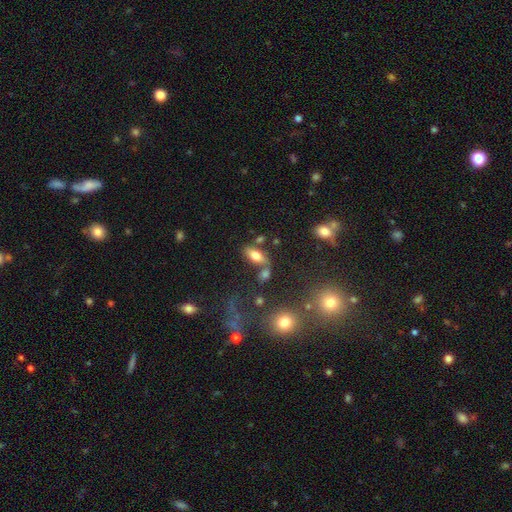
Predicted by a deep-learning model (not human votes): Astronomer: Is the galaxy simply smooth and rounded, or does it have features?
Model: smooth — 73%.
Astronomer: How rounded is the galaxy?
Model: in between — 86%.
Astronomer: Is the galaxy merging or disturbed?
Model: none — 57%.